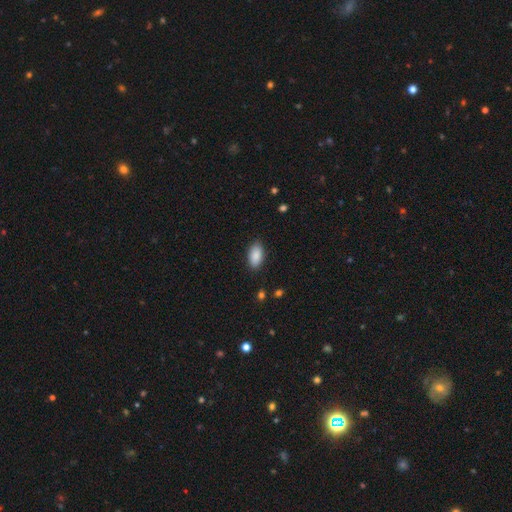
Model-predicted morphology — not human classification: Overall: smooth (89%). How rounded: in between (93%). Merging: none (88%).